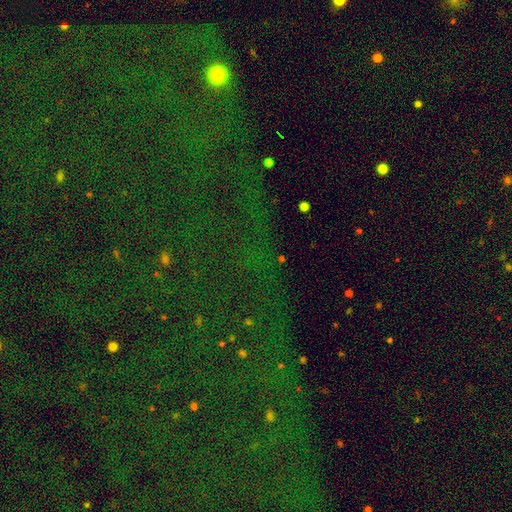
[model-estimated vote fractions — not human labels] Morphology: type=star or artifact (80%).